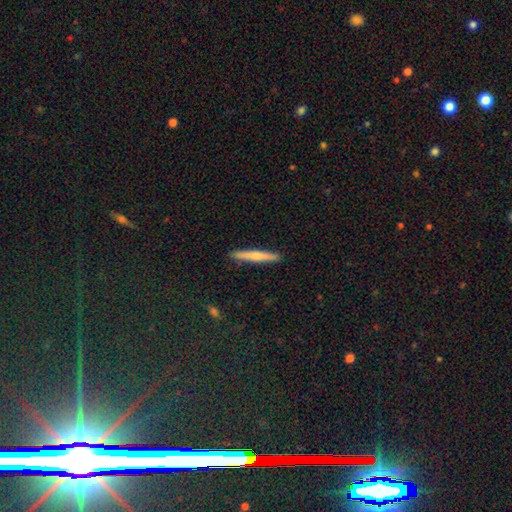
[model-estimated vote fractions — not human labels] smooth 61%, featured or disk 33%, star or artifact 6%. Down the decision tree: how rounded — cigar-shaped (96%); merging — none (92%).